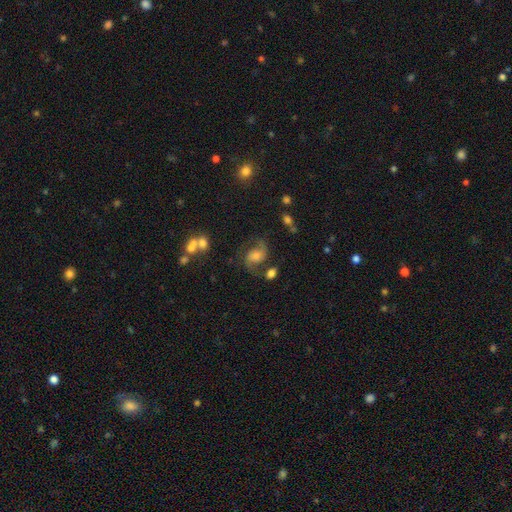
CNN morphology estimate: Smooth or featured?
  - featured or disk: 73% *
  - smooth: 16%
  - star or artifact: 11%
Edge-on disk?
  - no: 97% *
  - yes: 3%
Bar?
  - no: 55% *
  - weak: 36%
  - strong: 9%
Spiral arms?
  - yes: 94% *
  - no: 6%
Spiral winding?
  - medium: 50% *
  - loose: 38%
  - tight: 13%
Spiral arm count?
  - 2: 90% *
  - can't tell: 4%
  - 1: 3%
  - 3: 1%
  - 4: 1%
  - more than 4: 1%
Bulge size?
  - moderate: 43% *
  - small: 29%
  - large: 15%
  - none: 10%
  - dominant: 3%
Merging?
  - none: 65% *
  - minor disturbance: 17%
  - major disturbance: 11%
  - merger: 7%